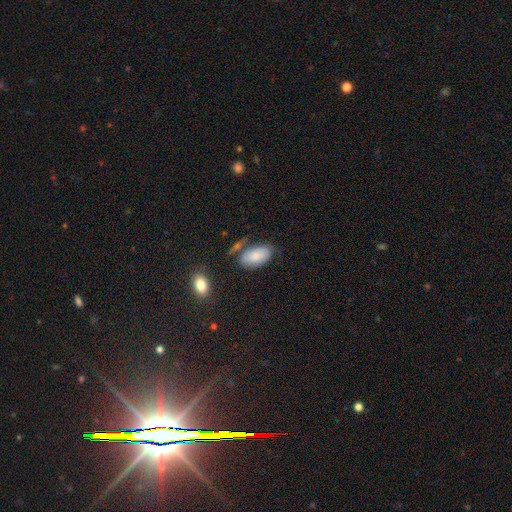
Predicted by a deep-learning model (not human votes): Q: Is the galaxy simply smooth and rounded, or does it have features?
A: smooth — 79%.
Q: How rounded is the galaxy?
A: in between — 94%.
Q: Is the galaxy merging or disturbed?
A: none — 59%.